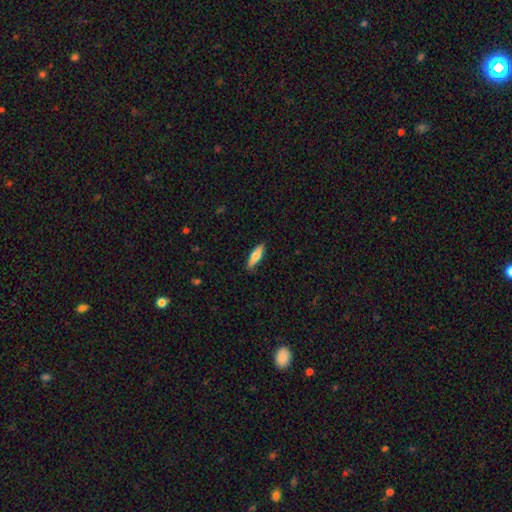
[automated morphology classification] The model was most divided on "how rounded": cigar-shaped: 59%, in between: 39%, round: 2%. More confident: merging — none (88%); smooth or featured — smooth (67%).